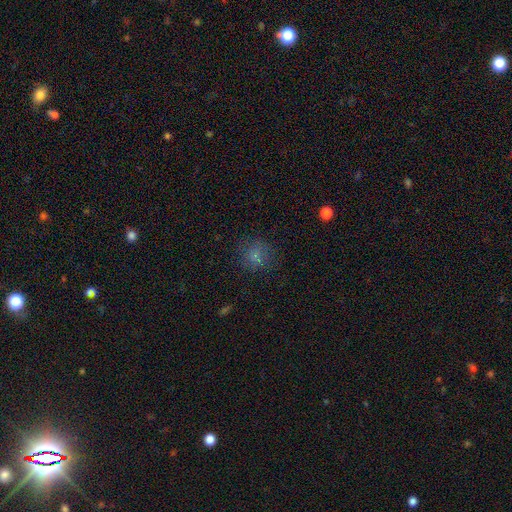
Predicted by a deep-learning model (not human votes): A smooth galaxy with no disk features (70%) that is round (83%). Merging: none (73%).